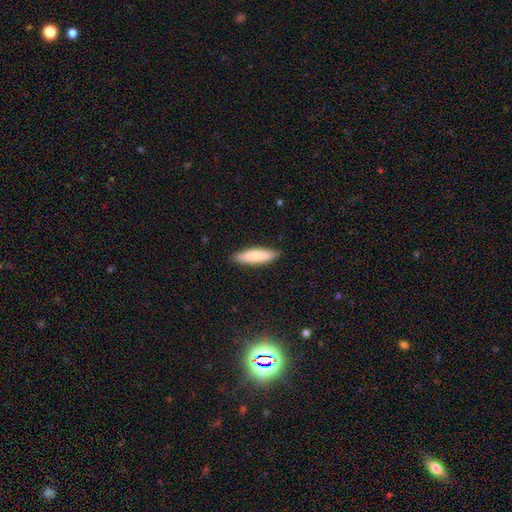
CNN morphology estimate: Overall: smooth (82%). How rounded: cigar-shaped (63%; in between 36%). Merging: none (88%).